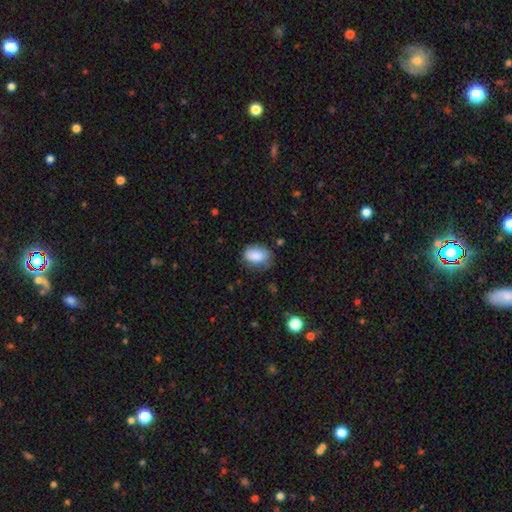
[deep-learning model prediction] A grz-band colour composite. It shows a smooth galaxy with no disk features (85%) that is in between round and cigar-shaped (81%). Merging: none (66%).